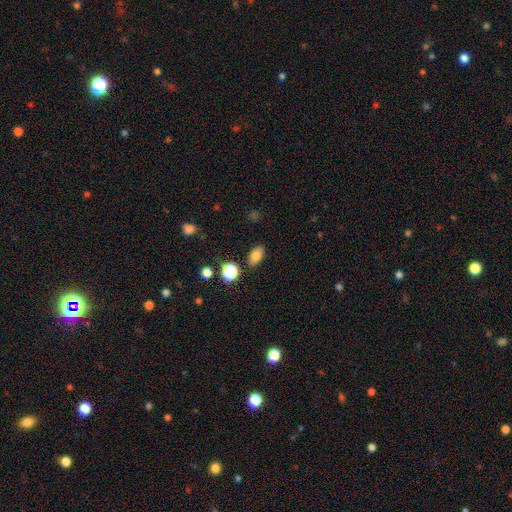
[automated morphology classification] A smooth galaxy with no disk features (79%) that is in between round and cigar-shaped (86%). Merging: none (85%).